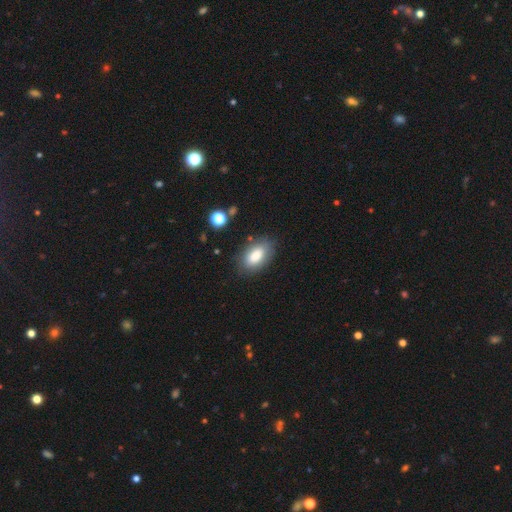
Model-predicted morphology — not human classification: smooth-or-featured: smooth: 83% | featured or disk: 9% | star or artifact: 8%
  how-rounded: in between: 92% | round: 5% | cigar-shaped: 3%
  merging: none: 81% | minor disturbance: 13% | major disturbance: 4% | merger: 2%